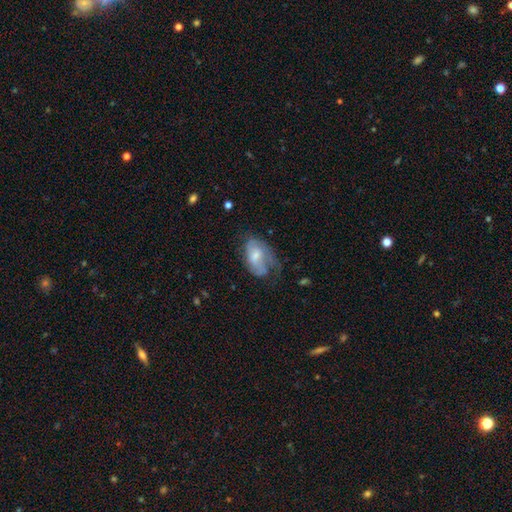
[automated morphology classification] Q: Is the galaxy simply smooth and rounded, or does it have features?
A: featured or disk — 52%.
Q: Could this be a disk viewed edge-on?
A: no — 95%.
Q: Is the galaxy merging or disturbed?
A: major disturbance — 35%.